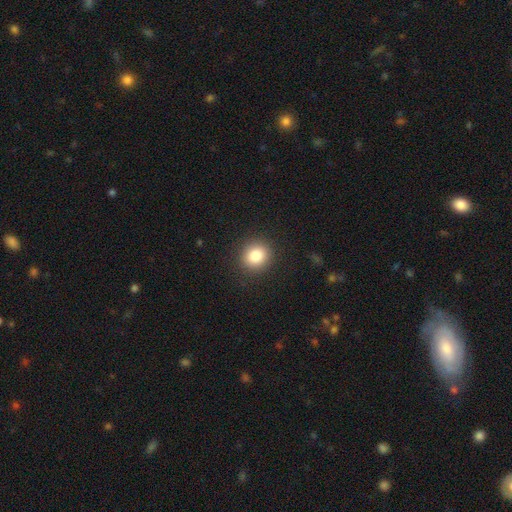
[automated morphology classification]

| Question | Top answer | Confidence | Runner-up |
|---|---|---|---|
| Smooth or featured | smooth | 84% | star or artifact (10%) |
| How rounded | round | 82% | in between (17%) |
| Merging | none | 90% | minor disturbance (6%) |